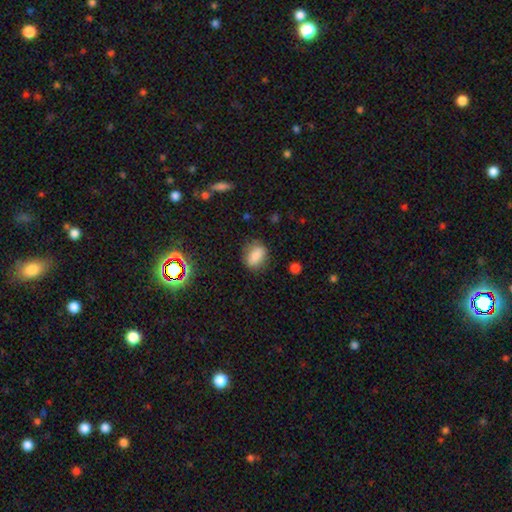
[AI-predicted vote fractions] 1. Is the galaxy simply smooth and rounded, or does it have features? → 81% smooth, 9% star or artifact, 9% featured or disk.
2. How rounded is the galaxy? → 72% in between, 24% round, 5% cigar-shaped.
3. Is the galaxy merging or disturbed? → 77% none, 16% minor disturbance, 5% major disturbance, 2% merger.